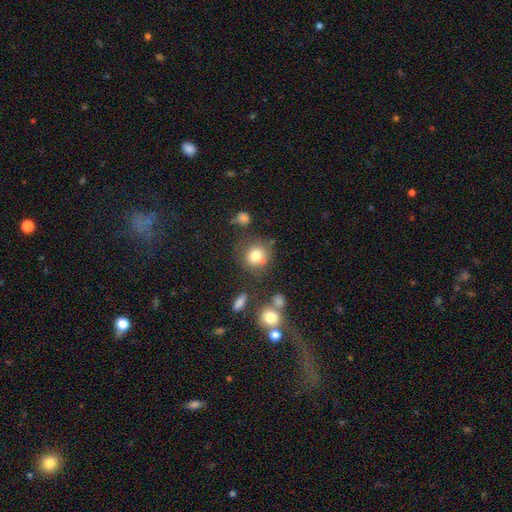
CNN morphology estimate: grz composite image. It shows a smooth galaxy with no disk features (76%) that is round (81%). Merging: none (62%).